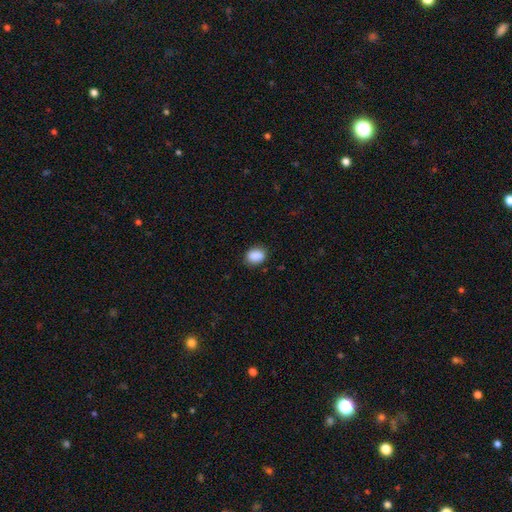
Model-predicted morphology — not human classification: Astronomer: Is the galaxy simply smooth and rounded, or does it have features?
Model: smooth — 88%.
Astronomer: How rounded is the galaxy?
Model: in between — 64%.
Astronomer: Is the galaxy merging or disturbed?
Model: none — 81%.